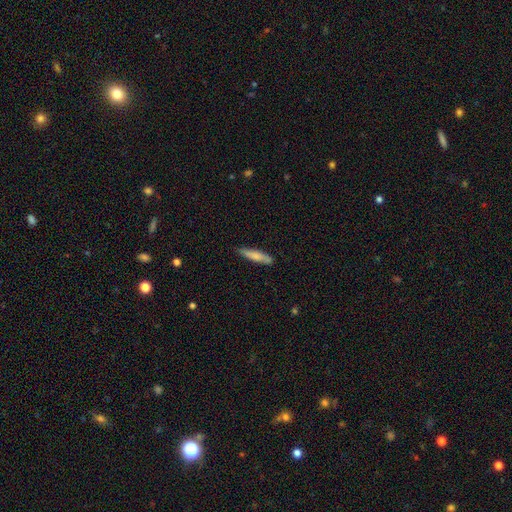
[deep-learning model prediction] smooth_or_featured: smooth (p=0.75) [alt: featured or disk p=0.20]
how_rounded: cigar-shaped (p=0.82) [alt: in between p=0.17]
merging: none (p=0.79) [alt: minor disturbance p=0.17]